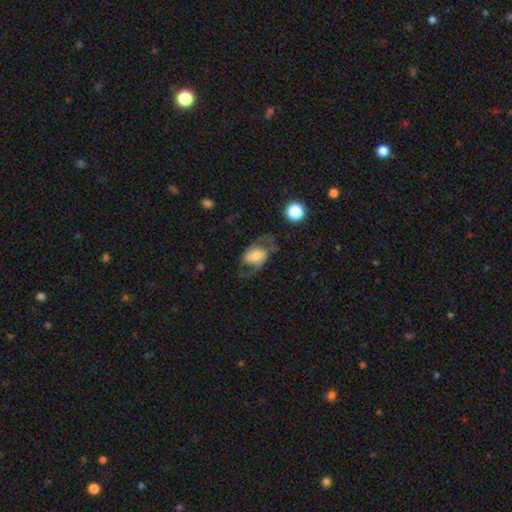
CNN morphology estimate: The model was most divided on "bar": no: 51%, weak: 36%, strong: 13%. Remaining: edge-on disk — no (96%); spiral arms — yes (83%); smooth or featured — featured or disk (60%); merging — none (51%); bulge size — moderate (43%).